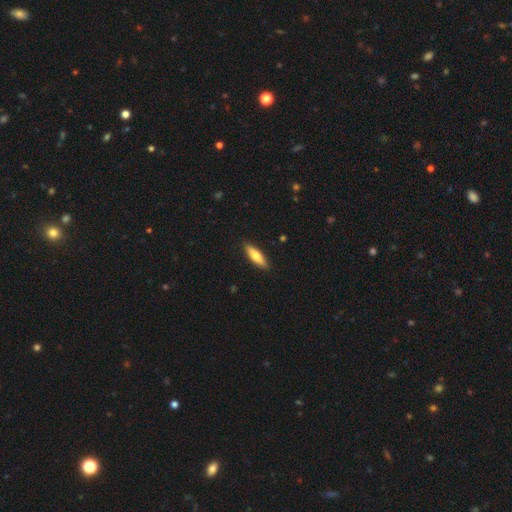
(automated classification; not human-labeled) A smooth galaxy with no disk features (73%) that is cigar-shaped (57%). Merging: none (89%).